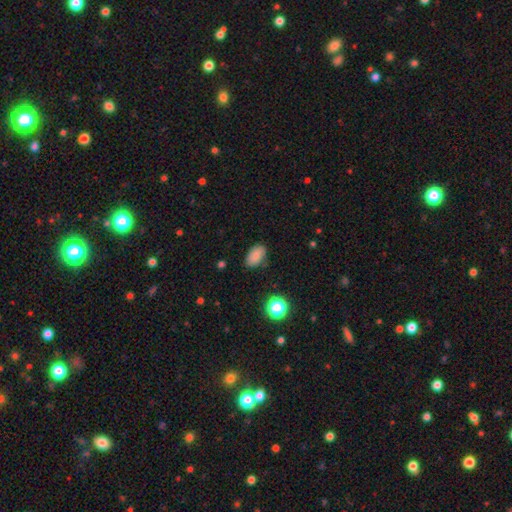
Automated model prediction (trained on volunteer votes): Q: Smooth or featured?
A: smooth (78%); runner-up: featured or disk (12%)
Q: How rounded?
A: in between (90%); runner-up: round (9%)
Q: Merging?
A: none (80%); runner-up: minor disturbance (16%)